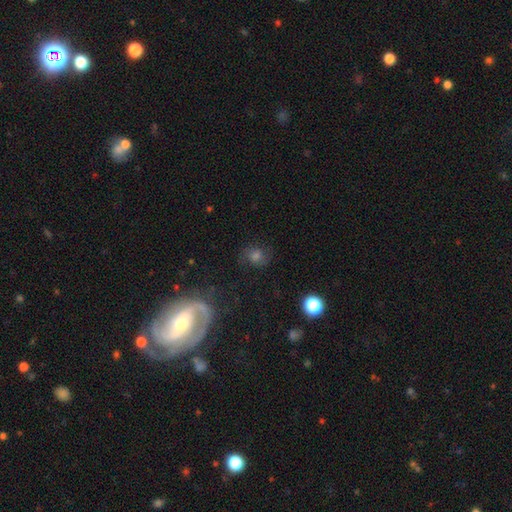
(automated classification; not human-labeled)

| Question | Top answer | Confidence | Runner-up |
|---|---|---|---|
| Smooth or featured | smooth | 45% | featured or disk (33%) |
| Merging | none | 74% | minor disturbance (14%) |